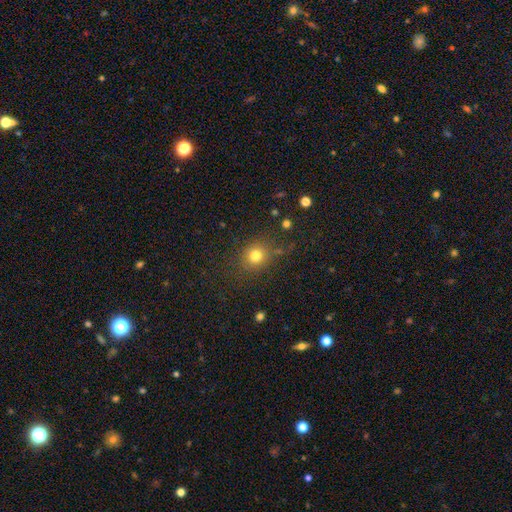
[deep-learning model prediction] A smooth galaxy with no disk features (78%) that is round (81%). Merging: none (78%).